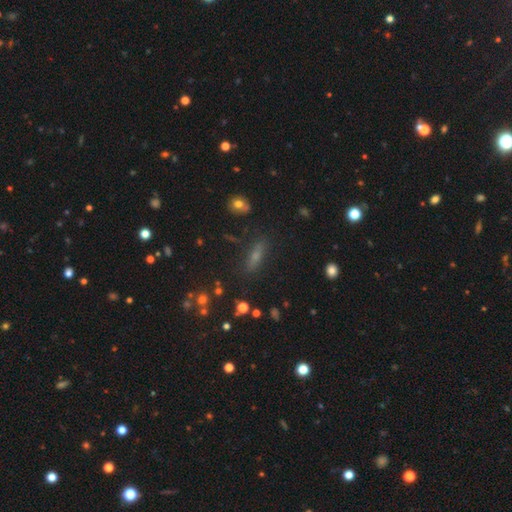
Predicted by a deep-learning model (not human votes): Smooth or featured?
  - smooth: 54% *
  - featured or disk: 24%
  - star or artifact: 22%
How rounded?
  - cigar-shaped: 55% *
  - in between: 38%
  - round: 7%
Merging?
  - none: 80% *
  - minor disturbance: 13%
  - major disturbance: 5%
  - merger: 3%